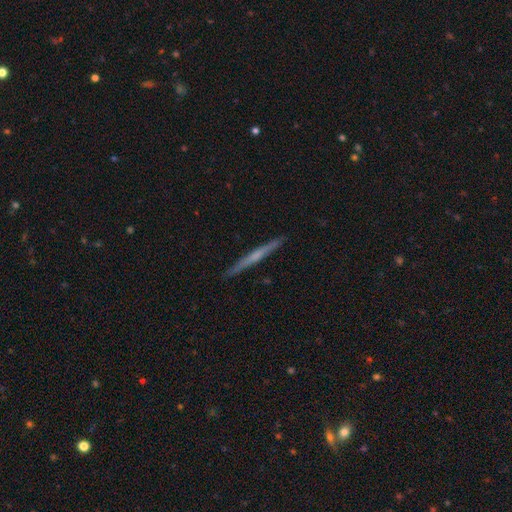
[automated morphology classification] This appears to be a featured or disk galaxy (60%) viewed edge-on (98%) with no central bulge (58%). Merging: none (92%).